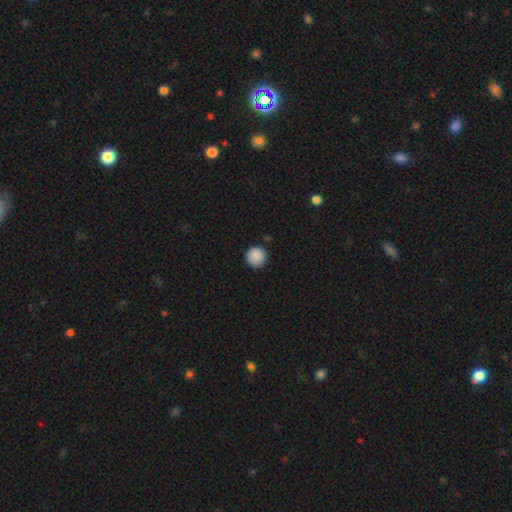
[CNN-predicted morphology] A smooth galaxy with no disk features (89%) that is round (96%). Merging: none (90%).